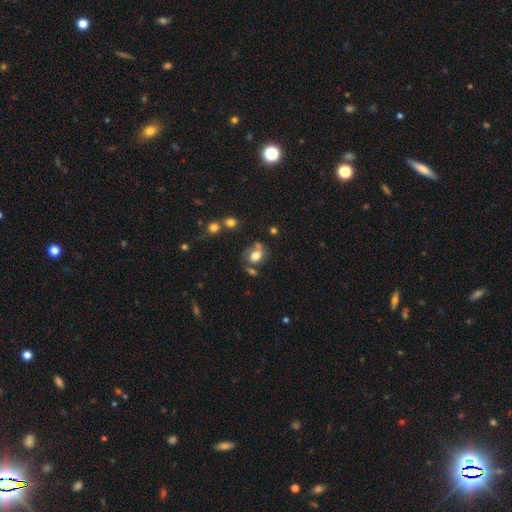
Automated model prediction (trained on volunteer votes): smooth_or_featured: smooth (p=0.66) [alt: featured or disk p=0.23]
how_rounded: in between (p=0.66) [alt: round p=0.32]
merging: none (p=0.43) [alt: minor disturbance p=0.23]